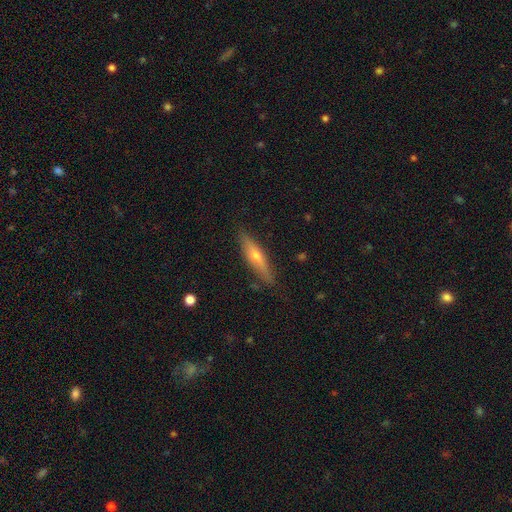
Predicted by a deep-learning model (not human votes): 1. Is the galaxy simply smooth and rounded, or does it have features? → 58% featured or disk, 35% smooth, 7% star or artifact.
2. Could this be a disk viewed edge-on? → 93% yes, 7% no.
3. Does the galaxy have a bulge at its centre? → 85% rounded, 11% none, 4% boxy.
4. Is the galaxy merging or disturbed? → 85% none, 11% minor disturbance, 2% major disturbance, 1% merger.